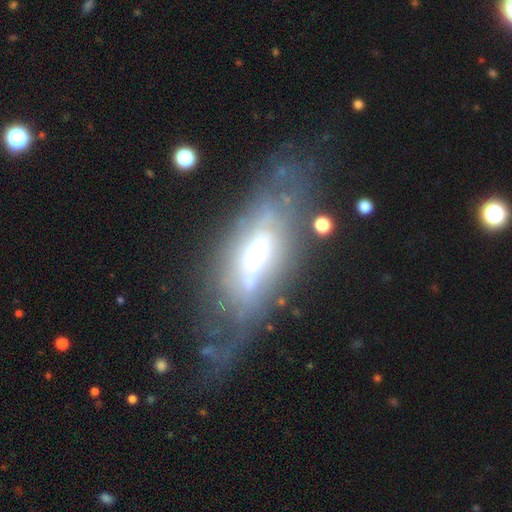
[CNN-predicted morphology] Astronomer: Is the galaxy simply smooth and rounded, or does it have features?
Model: featured or disk — 63%.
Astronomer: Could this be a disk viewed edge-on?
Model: no — 64%.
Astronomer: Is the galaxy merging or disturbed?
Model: none — 46% (runner-up: major disturbance, 27%).